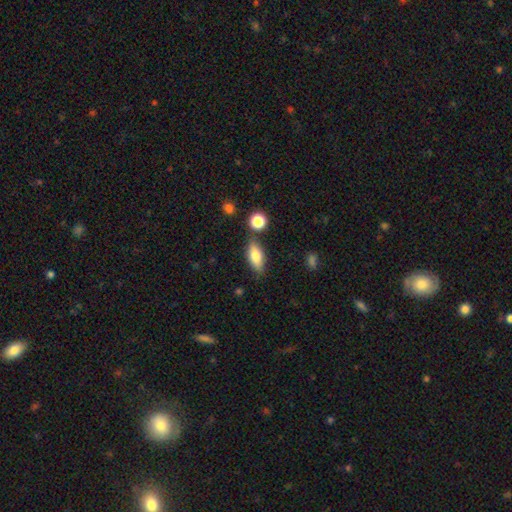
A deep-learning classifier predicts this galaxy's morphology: smooth 69%, featured or disk 23%, star or artifact 8%. Down the decision tree: how rounded — in between (74%); merging — none (78%).